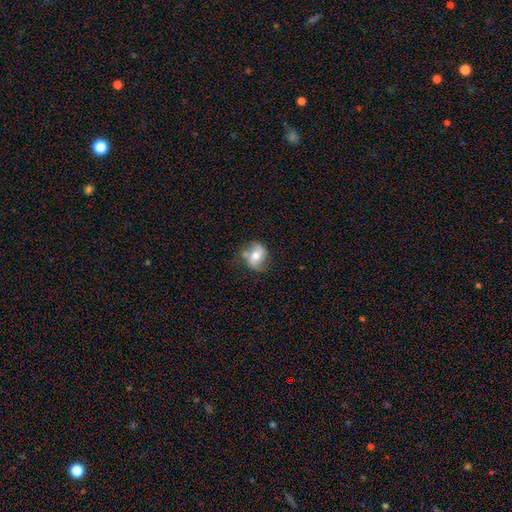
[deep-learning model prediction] smooth_or_featured: smooth (p=0.55) [alt: featured or disk p=0.37]
how_rounded: in between (p=0.52) [alt: round p=0.46]
merging: none (p=0.61) [alt: minor disturbance p=0.25]